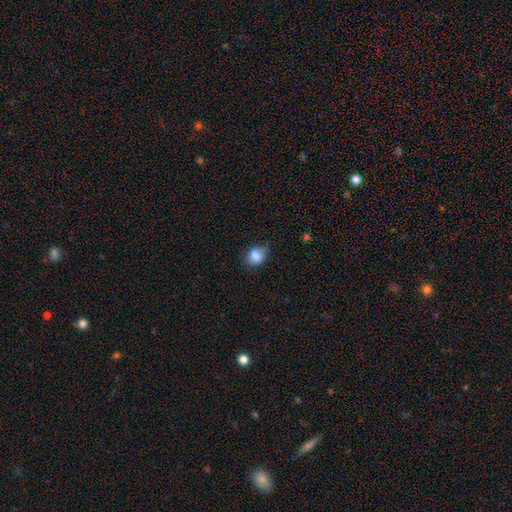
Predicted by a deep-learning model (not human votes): Smooth or featured? Predicted: smooth (p=0.85). How rounded? Predicted: round (p=0.58). Merging? Predicted: none (p=0.62).